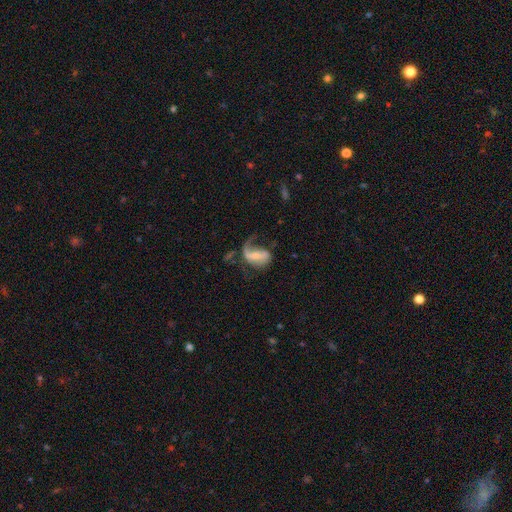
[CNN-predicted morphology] Smooth or featured? featured or disk (68%)
Edge-on disk? no (96%)
Bar? weak (39%)
Spiral arms? yes (80%)
Spiral winding? loose (61%)
Spiral arm count? 1 (57%)
Bulge size? small (47%)
Merging? major disturbance (48%)